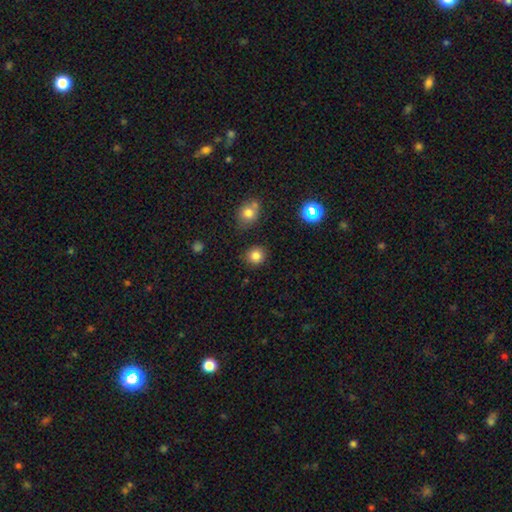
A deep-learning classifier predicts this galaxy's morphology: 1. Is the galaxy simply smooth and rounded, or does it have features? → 82% smooth, 12% star or artifact, 5% featured or disk.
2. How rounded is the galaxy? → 88% round, 11% in between, 1% cigar-shaped.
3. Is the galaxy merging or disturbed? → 85% none, 9% minor disturbance, 3% merger, 3% major disturbance.